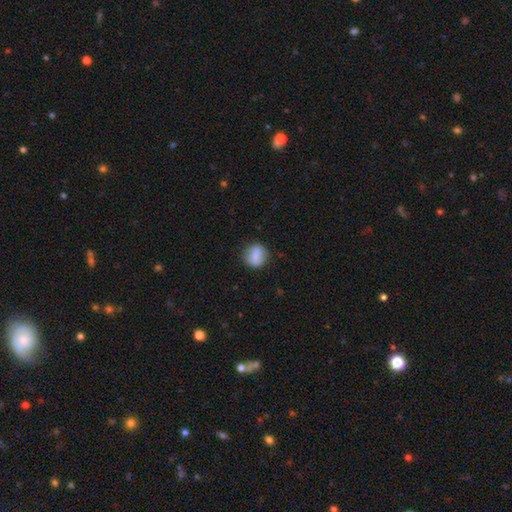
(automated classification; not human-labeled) smooth_or_featured: smooth (p=0.76) [alt: featured or disk p=0.17]
how_rounded: round (p=0.73) [alt: in between p=0.25]
merging: none (p=0.79) [alt: minor disturbance p=0.15]